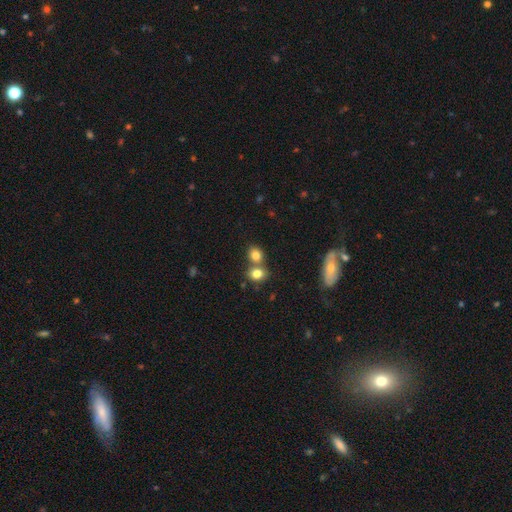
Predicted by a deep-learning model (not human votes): Smooth or featured: smooth — 81% (star or artifact — 11%)
How rounded: round — 61% (in between — 37%)
Merging: none — 47% (merger — 42%)